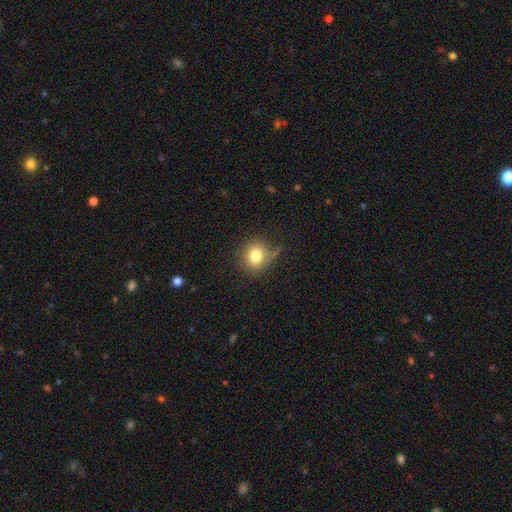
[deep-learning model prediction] Smooth or featured? Predicted: smooth (p=0.79). How rounded? Predicted: round (p=0.80). Merging? Predicted: none (p=0.66).